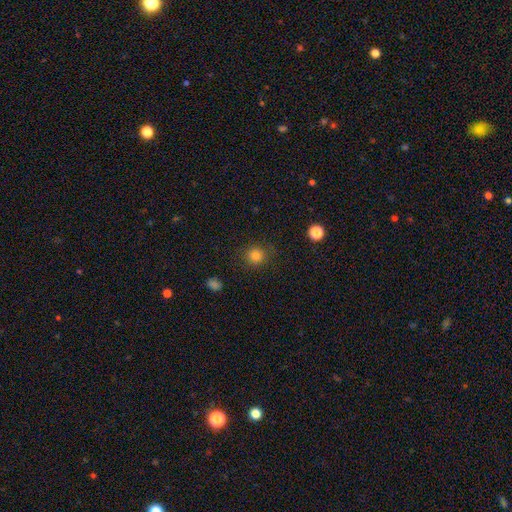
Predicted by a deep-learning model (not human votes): A smooth galaxy with no disk features (82%) that is round (90%). Merging: none (85%).